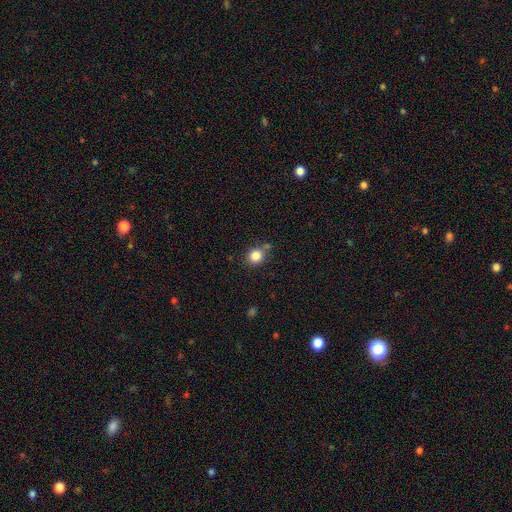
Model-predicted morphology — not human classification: A smooth galaxy with no disk features (84%) that is round (85%). Merging: none (74%).